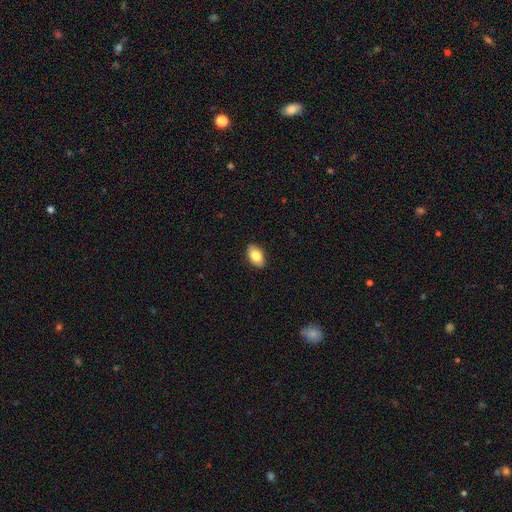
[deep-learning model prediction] Smooth or featured? Predicted: smooth (p=0.83). How rounded? Predicted: in between (p=0.92). Merging? Predicted: none (p=0.89).